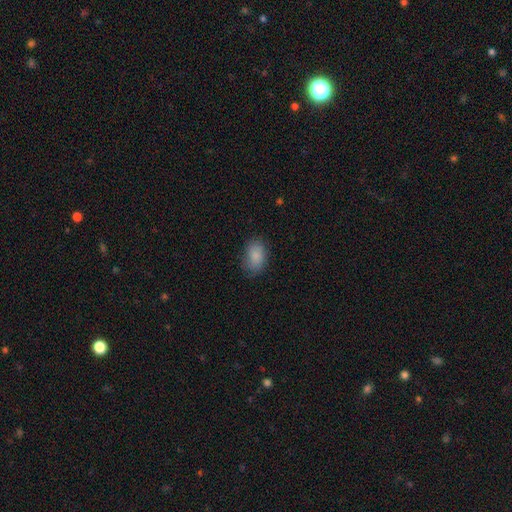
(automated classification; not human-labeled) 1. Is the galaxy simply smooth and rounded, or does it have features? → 87% smooth, 8% star or artifact, 6% featured or disk.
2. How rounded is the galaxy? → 88% in between, 10% round, 1% cigar-shaped.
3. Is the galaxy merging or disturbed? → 77% none, 18% minor disturbance, 5% major disturbance, 1% merger.